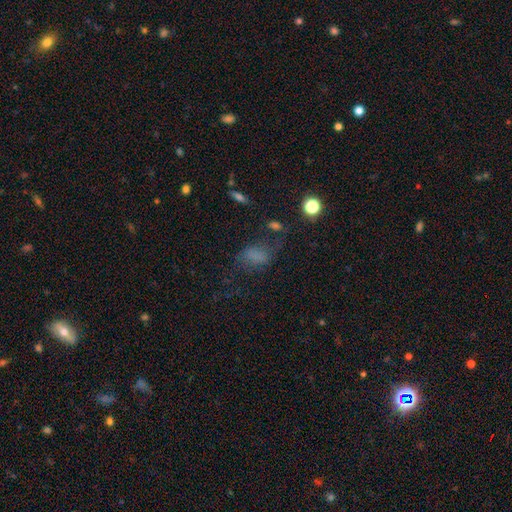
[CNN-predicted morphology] smooth_or_featured: smooth (p=0.64) [alt: star or artifact p=0.19]
how_rounded: in between (p=0.78) [alt: round p=0.18]
merging: none (p=0.47) [alt: major disturbance p=0.25]